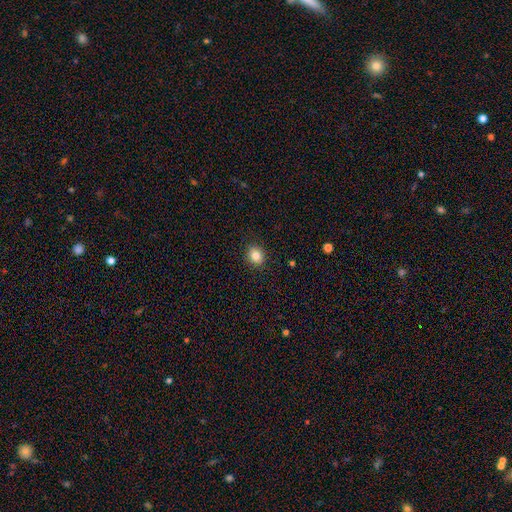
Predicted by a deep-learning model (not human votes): Smooth or featured: smooth — 84% (star or artifact — 10%)
How rounded: round — 58% (in between — 41%)
Merging: none — 90% (minor disturbance — 7%)